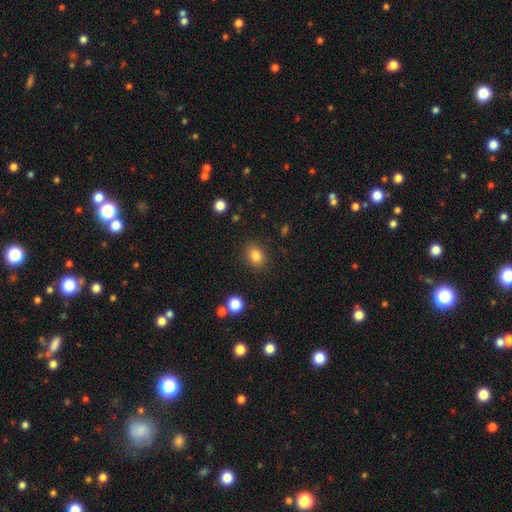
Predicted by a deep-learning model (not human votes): Smooth or featured?
  - smooth: 83% *
  - star or artifact: 11%
  - featured or disk: 7%
How rounded?
  - in between: 57% *
  - round: 42%
  - cigar-shaped: 1%
Merging?
  - none: 86% *
  - minor disturbance: 9%
  - major disturbance: 3%
  - merger: 2%